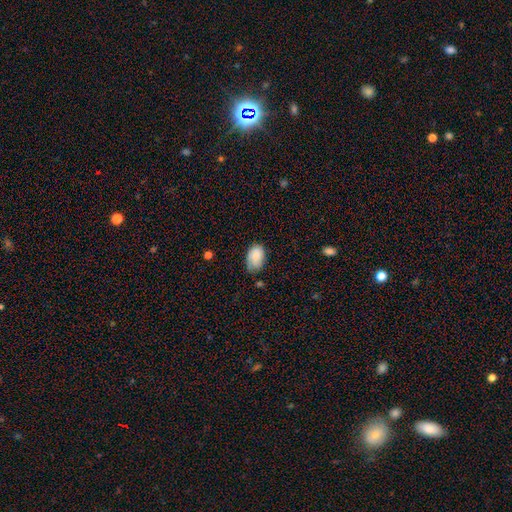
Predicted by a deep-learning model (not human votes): A smooth galaxy with no disk features (78%) that is in between round and cigar-shaped (87%). Merging: none (53%).